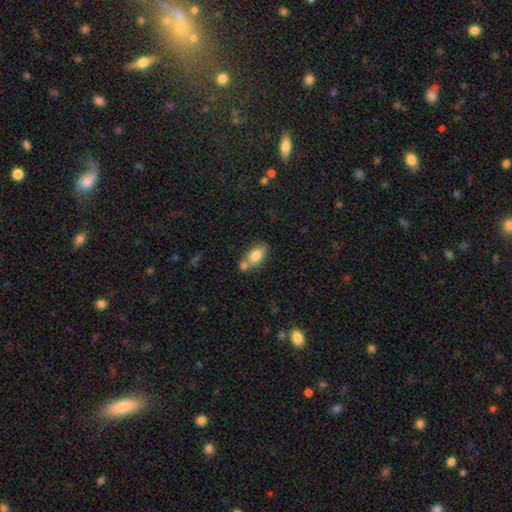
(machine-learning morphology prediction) type=smooth (76%); roundness=in between (86%); merging=none (48%).